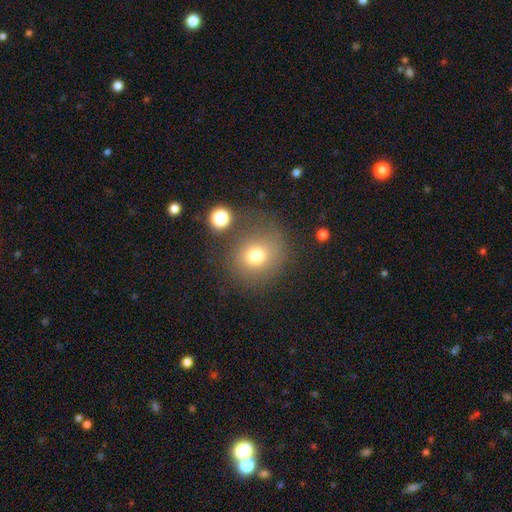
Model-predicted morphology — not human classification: This is likely a smooth galaxy (75%). How rounded: clearly round (82%). Merging: likely none (69%).